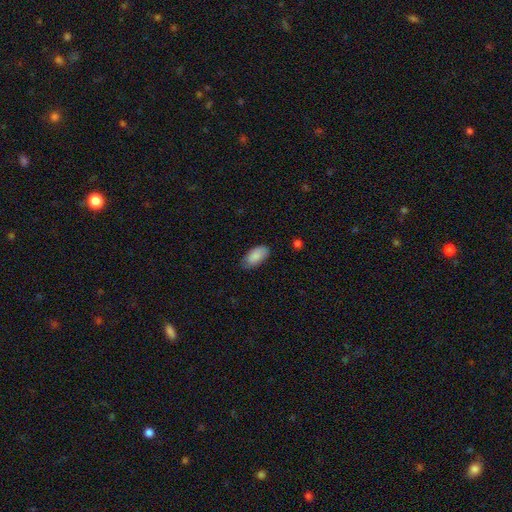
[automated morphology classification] This appears to be a smooth galaxy with no disk features (87%) that is in between round and cigar-shaped (94%). Merging: none (75%).